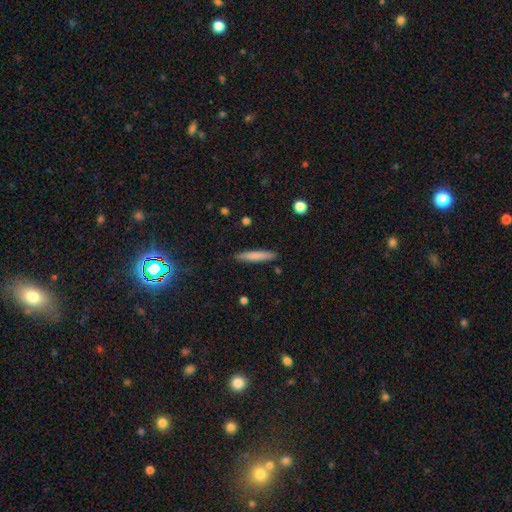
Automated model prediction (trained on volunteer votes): Smooth or featured? Predicted: smooth (p=0.75). How rounded? Predicted: cigar-shaped (p=0.93). Merging? Predicted: none (p=0.89).